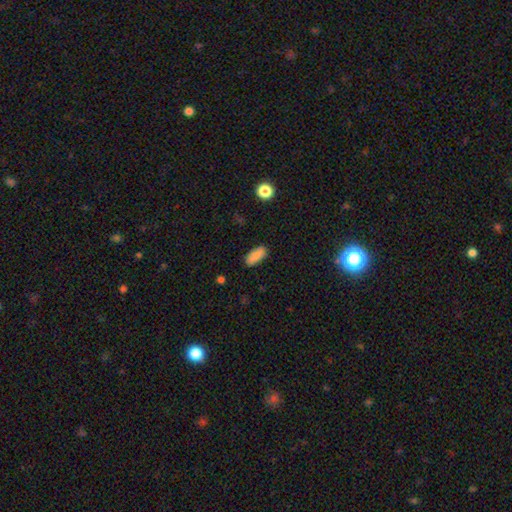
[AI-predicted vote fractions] Overall: smooth (87%). How rounded: in between (80%). Merging: none (83%).